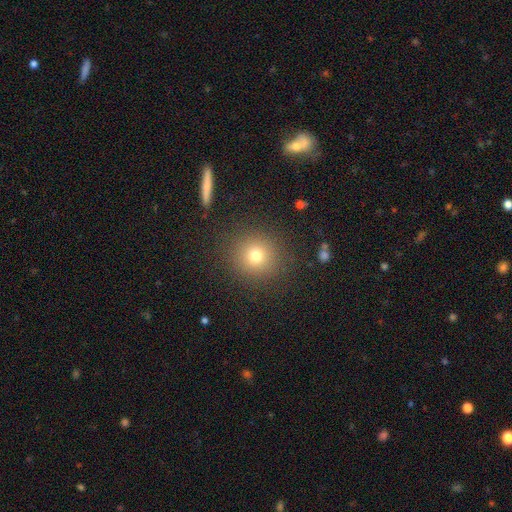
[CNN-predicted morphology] smooth 74%, star or artifact 16%, featured or disk 10%. Down the decision tree: how rounded — round (92%); merging — none (88%).